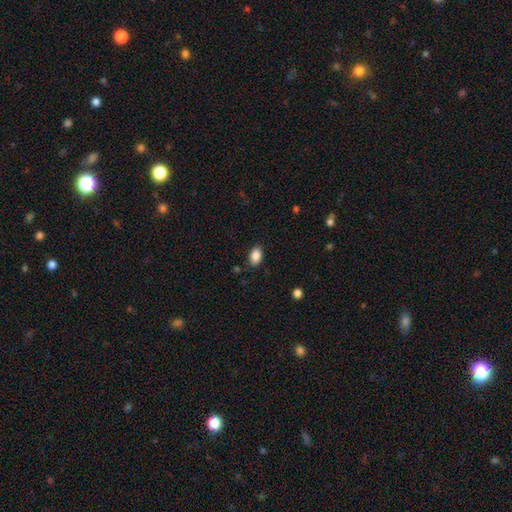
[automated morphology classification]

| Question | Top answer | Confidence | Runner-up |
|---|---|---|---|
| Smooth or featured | smooth | 88% | star or artifact (8%) |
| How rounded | in between | 91% | round (8%) |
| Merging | none | 86% | minor disturbance (10%) |